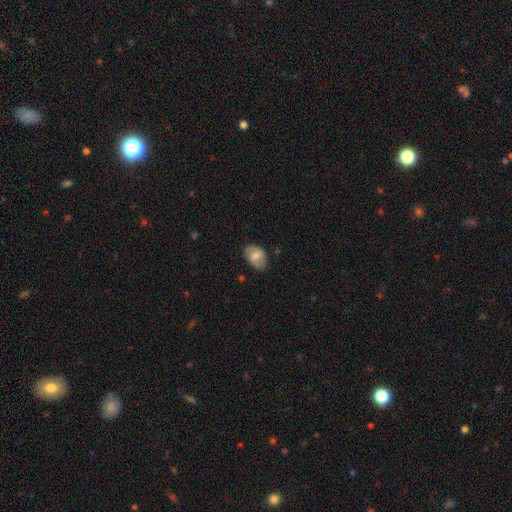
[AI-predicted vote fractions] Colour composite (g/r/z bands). It shows a smooth galaxy with no disk features (56%) that is in between round and cigar-shaped (80%). Merging: none (70%).